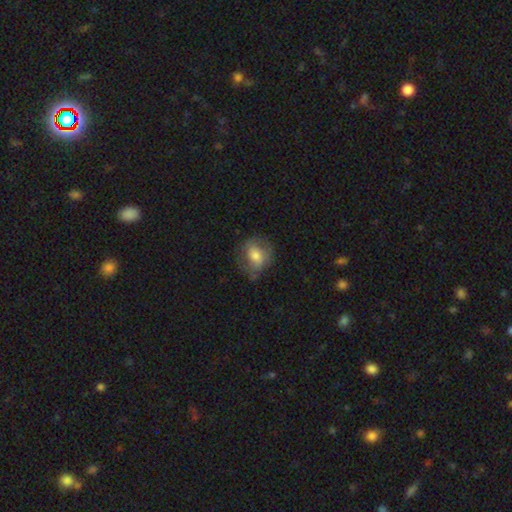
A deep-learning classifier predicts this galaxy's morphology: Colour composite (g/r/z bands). It shows a smooth galaxy with no disk features (65%) that is round (53%). Merging: none (58%).